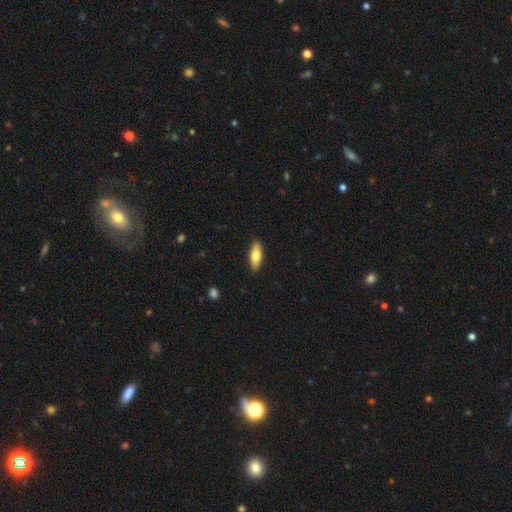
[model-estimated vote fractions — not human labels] Smooth or featured: smooth — 69% (featured or disk — 25%)
How rounded: in between — 66% (cigar-shaped — 32%)
Merging: none — 89% (minor disturbance — 8%)